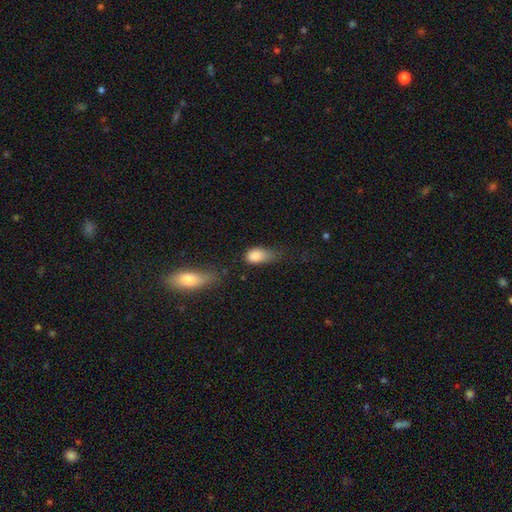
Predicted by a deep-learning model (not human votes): Overall: smooth (83%). How rounded: in between (87%). Merging: minor disturbance (41%; none 27%).